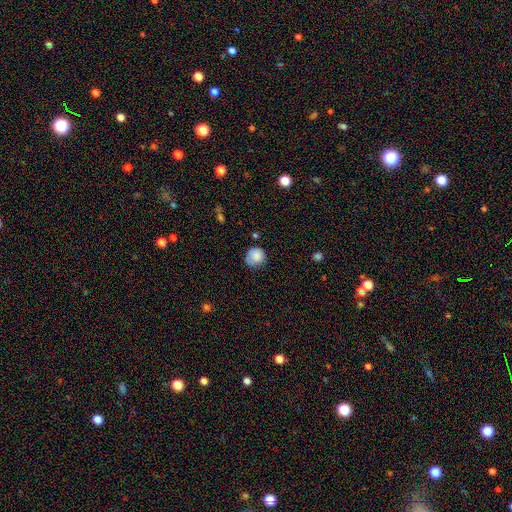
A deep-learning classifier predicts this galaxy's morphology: type=smooth (83%); roundness=round (86%); merging=none (66%).